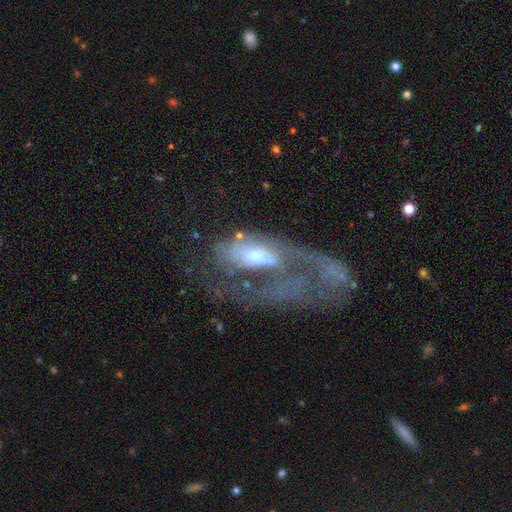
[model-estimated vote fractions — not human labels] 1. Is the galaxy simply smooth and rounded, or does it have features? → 67% featured or disk, 24% smooth, 8% star or artifact.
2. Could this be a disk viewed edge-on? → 92% no, 8% yes.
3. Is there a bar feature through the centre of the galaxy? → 64% no, 26% weak, 10% strong.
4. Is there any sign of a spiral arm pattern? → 63% yes, 37% no.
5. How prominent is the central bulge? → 46% moderate, 43% small, 7% large, 3% none, 2% dominant.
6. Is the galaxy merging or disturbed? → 62% major disturbance, 15% none, 13% merger, 10% minor disturbance.